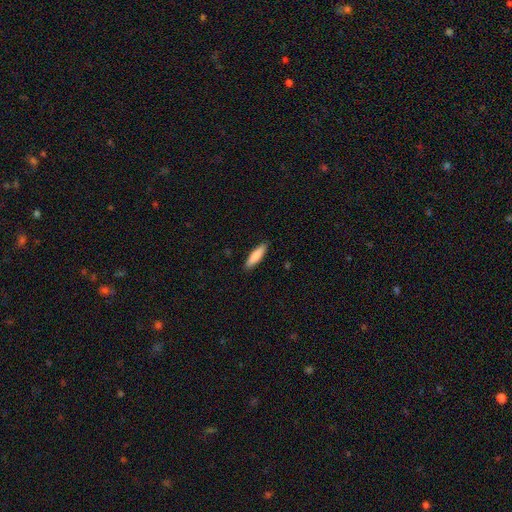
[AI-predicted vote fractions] A smooth galaxy with no disk features (85%) that is cigar-shaped (66%).

Vote fractions:
- Smooth or featured? smooth: 85% / featured or disk: 10% / star or artifact: 5%
- How rounded? cigar-shaped: 66% / in between: 33% / round: 1%
- Merging? none: 89% / minor disturbance: 8% / major disturbance: 2% / merger: 1%